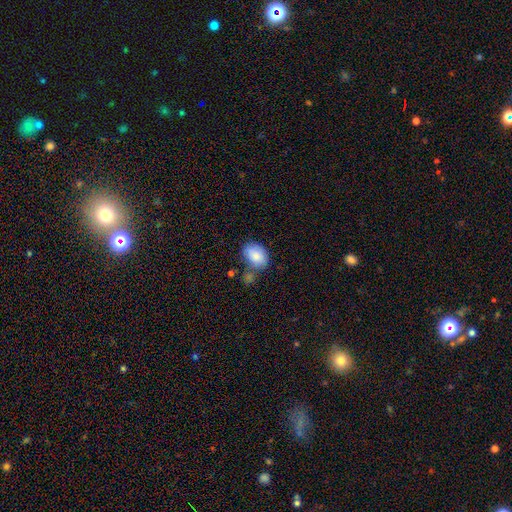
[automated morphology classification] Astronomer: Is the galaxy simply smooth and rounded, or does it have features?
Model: smooth — 84%.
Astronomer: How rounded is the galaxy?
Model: in between — 83%.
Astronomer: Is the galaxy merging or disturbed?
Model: none — 55%.